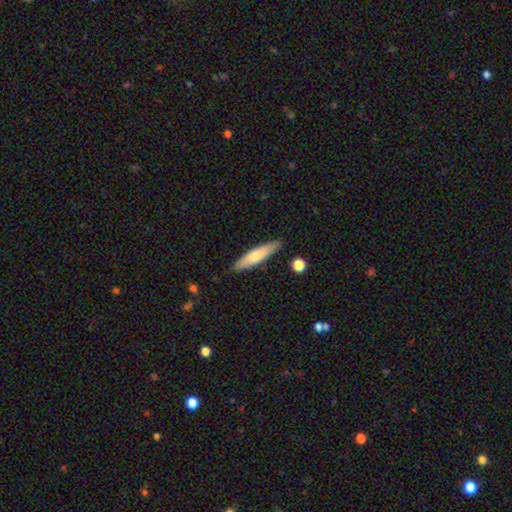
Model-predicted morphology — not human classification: type=smooth (68%); roundness=cigar-shaped (81%); merging=none (87%).